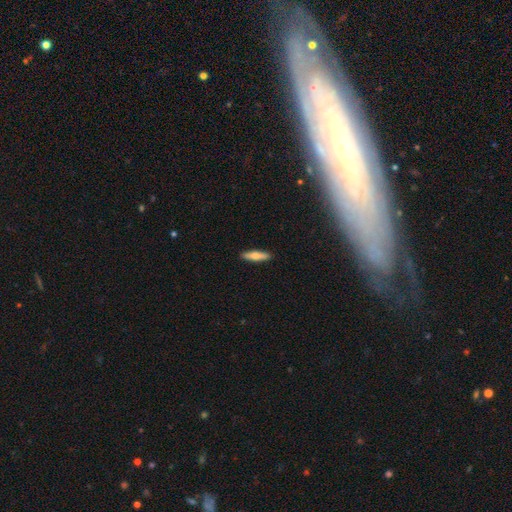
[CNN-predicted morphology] Smooth or featured? smooth (67%)
How rounded? cigar-shaped (75%)
Merging? none (91%)